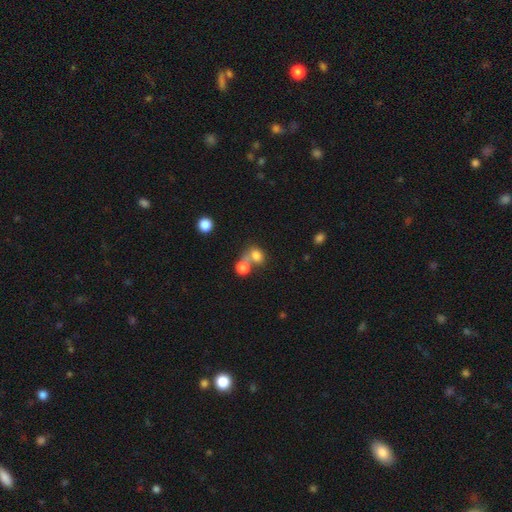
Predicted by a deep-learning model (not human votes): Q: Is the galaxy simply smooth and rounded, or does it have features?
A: smooth — 78%.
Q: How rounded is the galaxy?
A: round — 61%.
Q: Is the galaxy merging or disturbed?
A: merger — 47%.